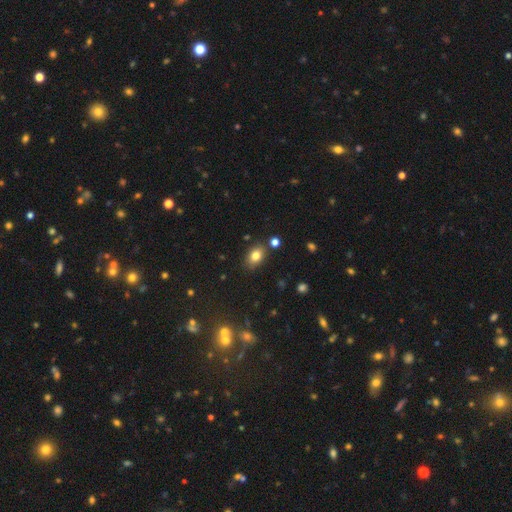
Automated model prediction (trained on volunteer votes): Smooth or featured? Predicted: smooth (p=0.80). How rounded? Predicted: in between (p=0.77). Merging? Predicted: none (p=0.82).